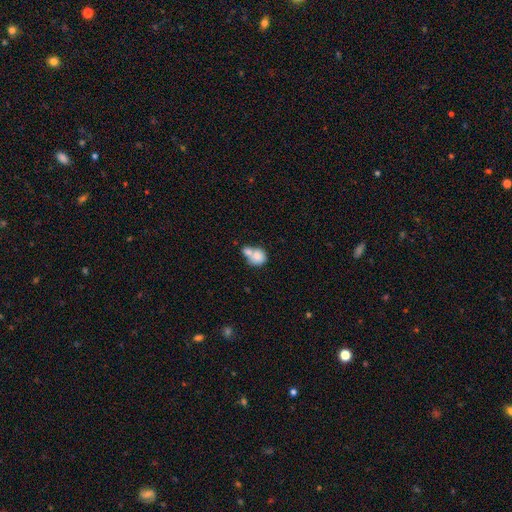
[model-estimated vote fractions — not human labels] This is likely a smooth galaxy (78%). How rounded: likely round (69%). Merging: likely merger (62%).